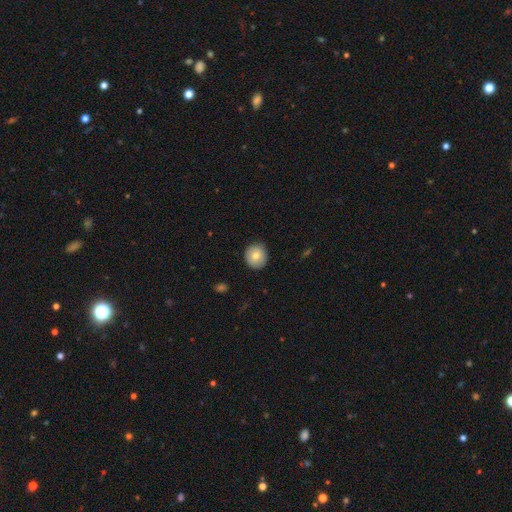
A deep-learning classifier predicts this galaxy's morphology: This appears to be a smooth galaxy with no disk features (75%) that is round (88%). Merging: none (85%).